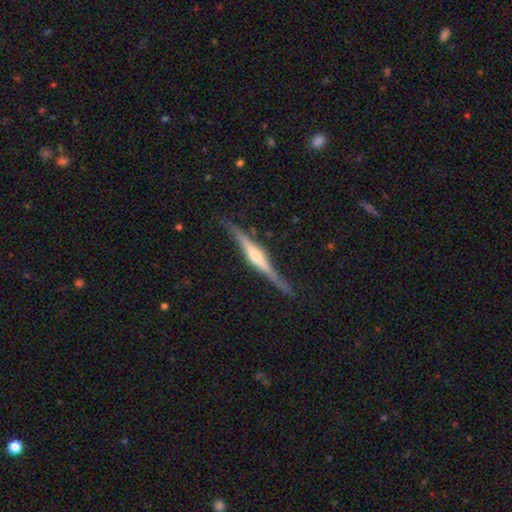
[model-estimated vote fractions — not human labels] A featured or disk galaxy (81%) viewed edge-on (98%) with a rounded central bulge (87%).

Vote fractions:
- Smooth or featured? featured or disk: 81% / smooth: 14% / star or artifact: 5%
- Edge-on disk? yes: 98% / no: 2%
- Edge-on bulge? rounded: 87% / boxy: 7% / none: 6%
- Merging? none: 85% / minor disturbance: 11% / major disturbance: 2% / merger: 2%